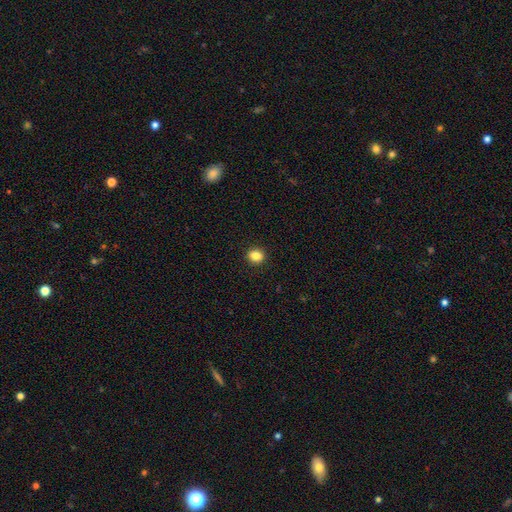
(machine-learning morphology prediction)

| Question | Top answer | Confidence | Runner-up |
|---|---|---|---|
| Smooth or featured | smooth | 85% | star or artifact (10%) |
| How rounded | round | 75% | in between (24%) |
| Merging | none | 92% | minor disturbance (5%) |